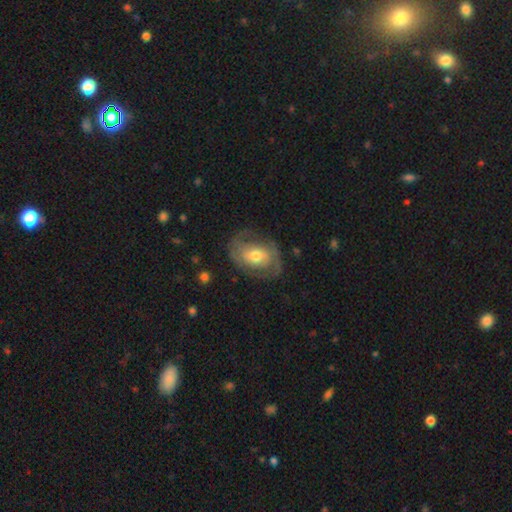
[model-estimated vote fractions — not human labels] Overall: featured or disk (68%). Edge-on disk: no (96%). Bar: no (52%; weak 36%). Spiral arms: yes (77%). Spiral arm count: 2 (70%). Spiral winding: medium (43%; tight 33%). Bulge size: moderate (70%). Merging: none (67%).